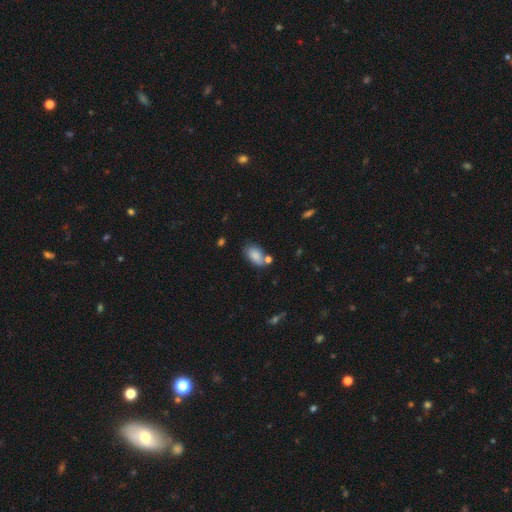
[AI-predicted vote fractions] The model was most divided on "merging": none: 60%, minor disturbance: 19%, merger: 16%, major disturbance: 5%. More confident: how rounded — in between (91%); smooth or featured — smooth (83%).